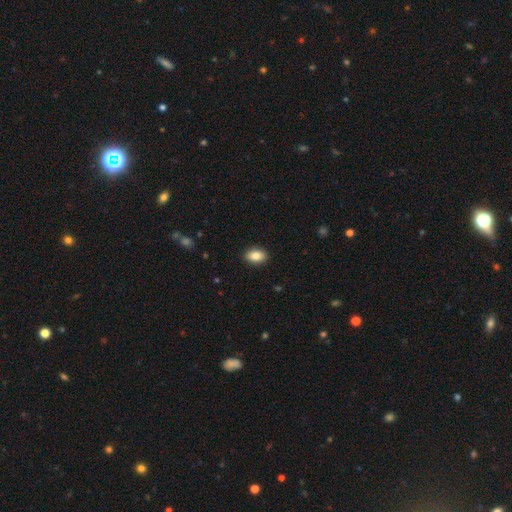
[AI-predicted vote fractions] smooth_or_featured: smooth (p=0.85) [alt: featured or disk p=0.08]
how_rounded: in between (p=0.88) [alt: round p=0.11]
merging: none (p=0.90) [alt: minor disturbance p=0.07]